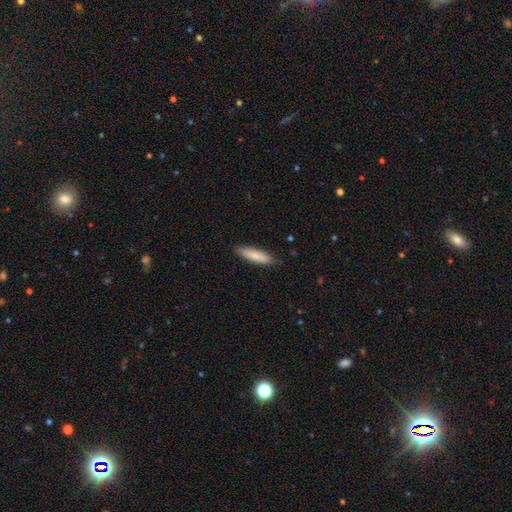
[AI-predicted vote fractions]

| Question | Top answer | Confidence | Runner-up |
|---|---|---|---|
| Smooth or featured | smooth | 81% | featured or disk (13%) |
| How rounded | cigar-shaped | 73% | in between (26%) |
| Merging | none | 84% | minor disturbance (13%) |